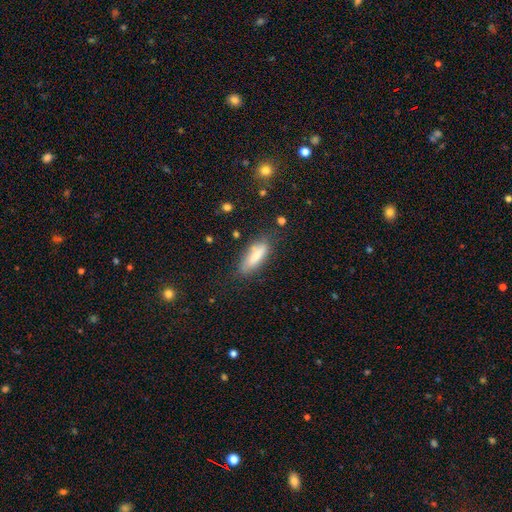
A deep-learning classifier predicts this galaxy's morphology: Overall: smooth (78%). How rounded: in between (55%; cigar-shaped 43%). Merging: none (72%).